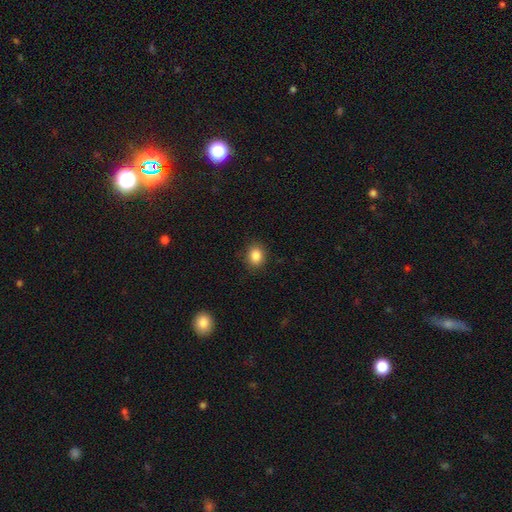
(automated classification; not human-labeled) A smooth galaxy with no disk features (86%) that is round (60%).

Vote fractions:
- Smooth or featured? smooth: 86% / star or artifact: 10% / featured or disk: 4%
- How rounded? round: 60% / in between: 39% / cigar-shaped: 1%
- Merging? none: 88% / minor disturbance: 9% / major disturbance: 2% / merger: 1%